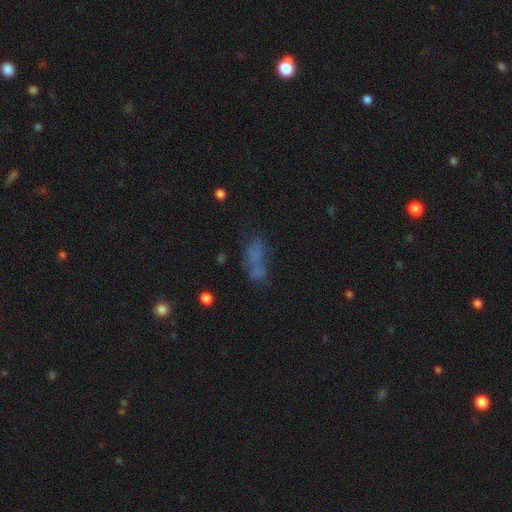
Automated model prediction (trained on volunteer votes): This is possibly a smooth galaxy (53%). How rounded: likely in between (79%). Merging: marginally none (39%).